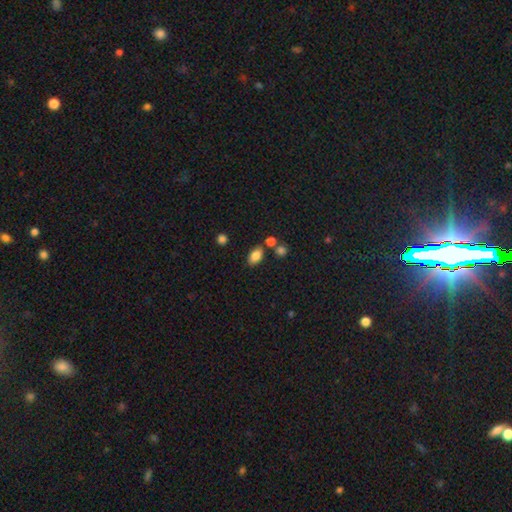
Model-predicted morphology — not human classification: This appears to be a smooth galaxy with no disk features (84%) that is in between round and cigar-shaped (87%). Merging: none (74%).